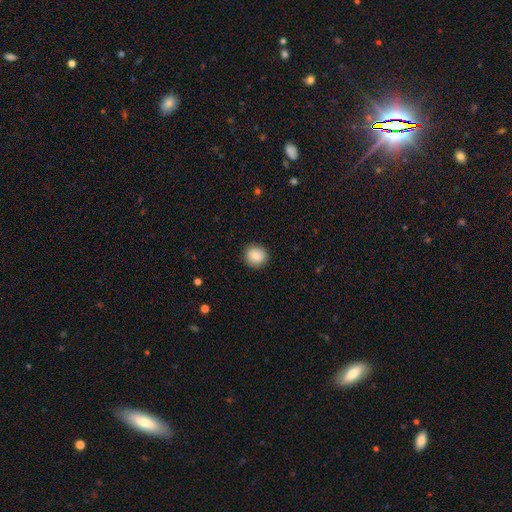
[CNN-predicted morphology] This appears to be a smooth galaxy with no disk features (86%) that is round (90%). Merging: none (90%).